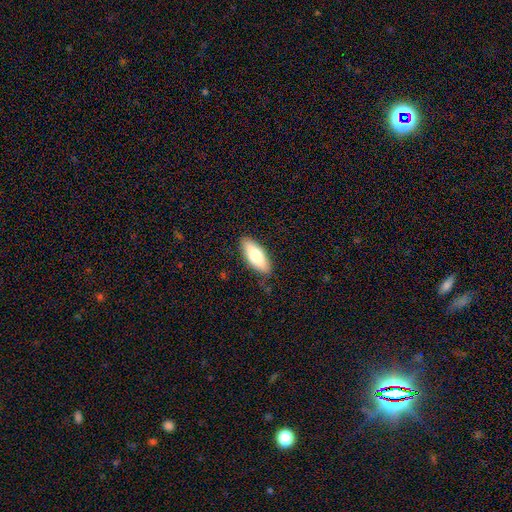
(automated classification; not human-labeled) This appears to be a smooth galaxy with no disk features (77%) that is in between round and cigar-shaped (77%). Merging: none (86%).